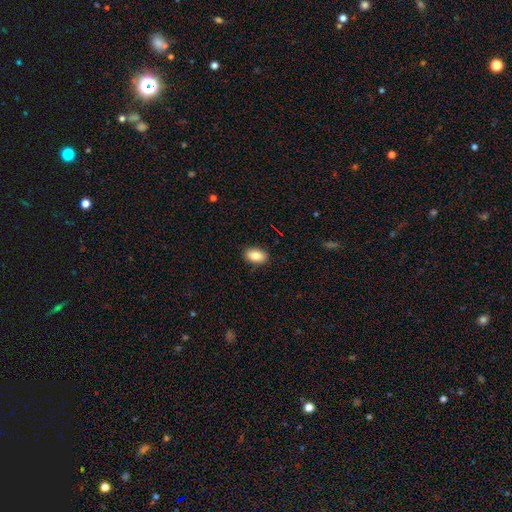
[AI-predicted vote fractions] Morphology: type=smooth (86%); roundness=in between (91%); merging=none (88%).